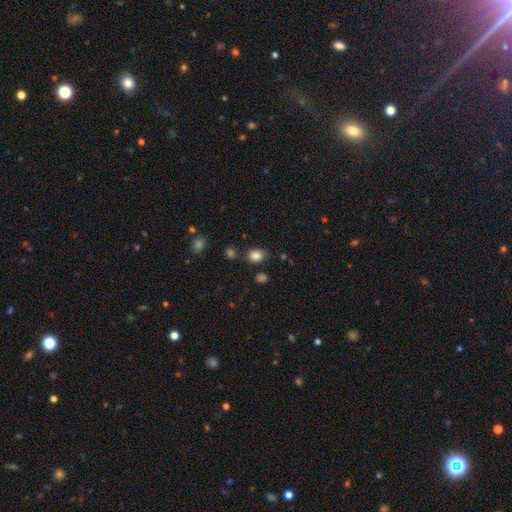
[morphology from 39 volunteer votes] Smooth or featured?
  - smooth: 85% *
  - featured or disk: 8%
  - star or artifact: 8%
How rounded?
  - round: 64% *
  - in between: 36%
  - cigar-shaped: 0%
Merging?
  - none: 67% *
  - minor disturbance: 17%
  - merger: 11%
  - major disturbance: 6%